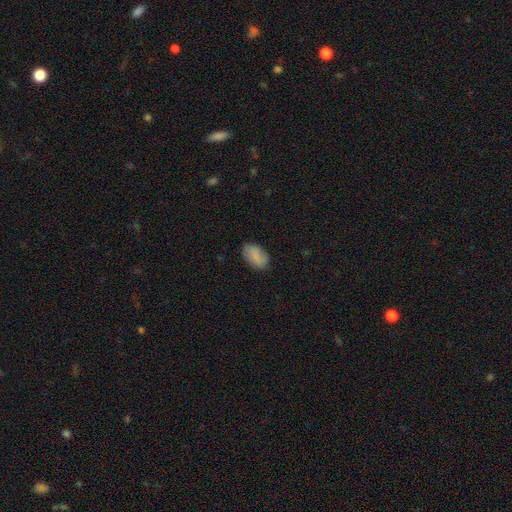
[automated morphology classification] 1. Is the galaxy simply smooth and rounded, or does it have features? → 79% smooth, 13% featured or disk, 8% star or artifact.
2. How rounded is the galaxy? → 92% in between, 6% round, 2% cigar-shaped.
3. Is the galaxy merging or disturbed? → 78% none, 17% minor disturbance, 4% major disturbance, 1% merger.